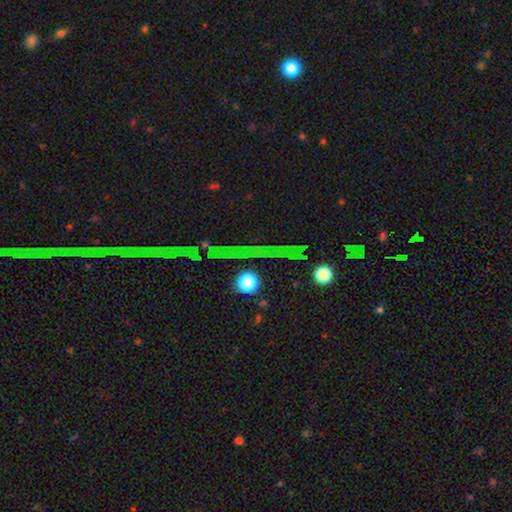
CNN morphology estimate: Overall: star or artifact (77%).